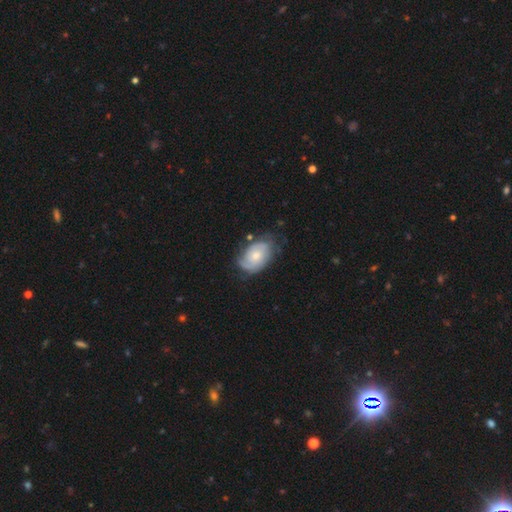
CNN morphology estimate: A featured or disk galaxy (60%) with no bar (78%), spiral arms (83%) and a moderate central bulge (49%).

Vote fractions:
- Smooth or featured? featured or disk: 60% / smooth: 34% / star or artifact: 6%
- Edge-on disk? no: 96% / yes: 4%
- Bar? no: 78% / weak: 19% / strong: 3%
- Spiral arms? yes: 83% / no: 17%
- Bulge size? moderate: 49% / small: 44% / large: 4% / none: 2% / dominant: 1%
- Merging? none: 58% / minor disturbance: 28% / major disturbance: 11% / merger: 2%